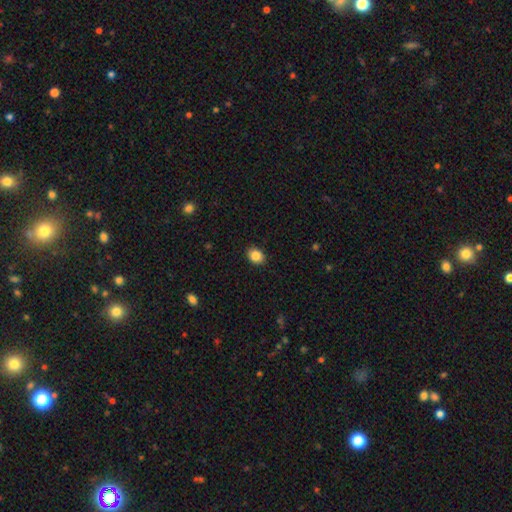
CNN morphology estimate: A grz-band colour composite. It shows a smooth galaxy with no disk features (87%) that is in between round and cigar-shaped (57%). Merging: none (89%).